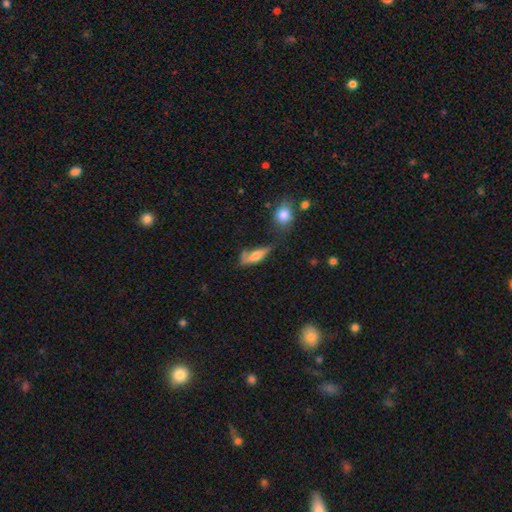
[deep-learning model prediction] This is possibly a smooth galaxy (55%). How rounded: possibly cigar-shaped (48%, tied with in between). Merging: marginally none (40%).